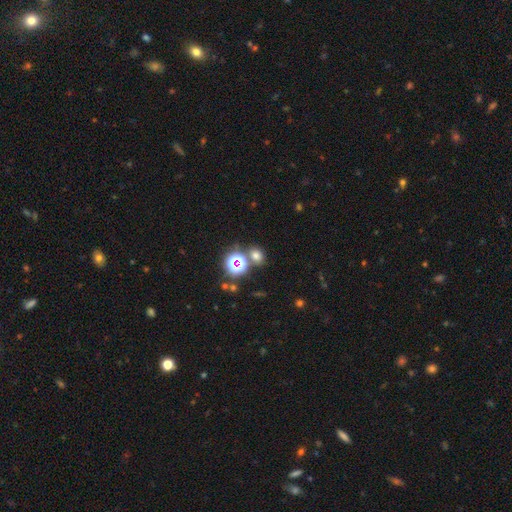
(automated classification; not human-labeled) Smooth or featured?
  - smooth: 65% *
  - star or artifact: 29%
  - featured or disk: 7%
How rounded?
  - round: 64% *
  - in between: 35%
  - cigar-shaped: 1%
Merging?
  - none: 76% *
  - merger: 12%
  - minor disturbance: 9%
  - major disturbance: 3%